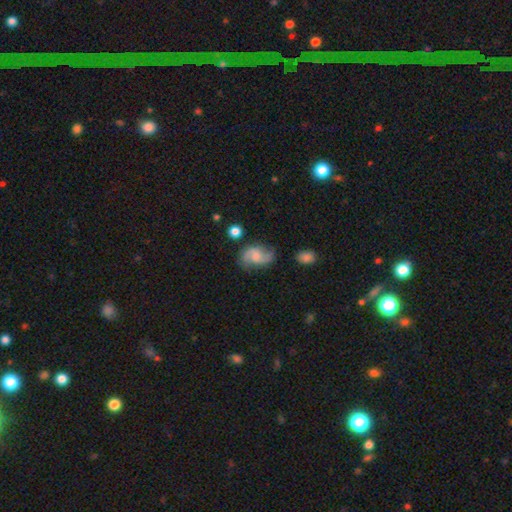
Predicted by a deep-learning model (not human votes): A featured or disk galaxy (70%) with no bar (56%), 2 (89%) loose (47%) spiral arms (94%) and a small central bulge (39%).

Vote fractions:
- Smooth or featured? featured or disk: 70% / smooth: 23% / star or artifact: 7%
- Edge-on disk? no: 97% / yes: 3%
- Bar? no: 56% / weak: 38% / strong: 6%
- Spiral arms? yes: 94% / no: 6%
- Spiral winding? loose: 47% / medium: 41% / tight: 13%
- Spiral arm count? 2: 89% / can't tell: 5% / 1: 2% / 3: 2% / 4: 1% / more than 4: 1%
- Bulge size? small: 39% / moderate: 31% / none: 22% / large: 6% / dominant: 2%
- Merging? none: 69% / minor disturbance: 20% / major disturbance: 7% / merger: 3%